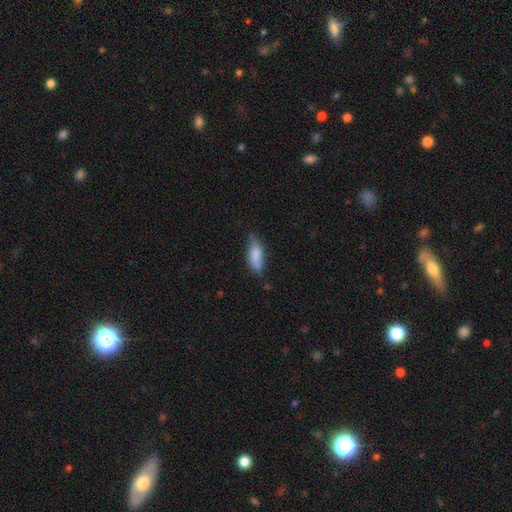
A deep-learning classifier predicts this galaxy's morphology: Q: Smooth or featured?
A: smooth (81%); runner-up: featured or disk (12%)
Q: How rounded?
A: in between (70%); runner-up: cigar-shaped (28%)
Q: Merging?
A: none (60%); runner-up: minor disturbance (30%)